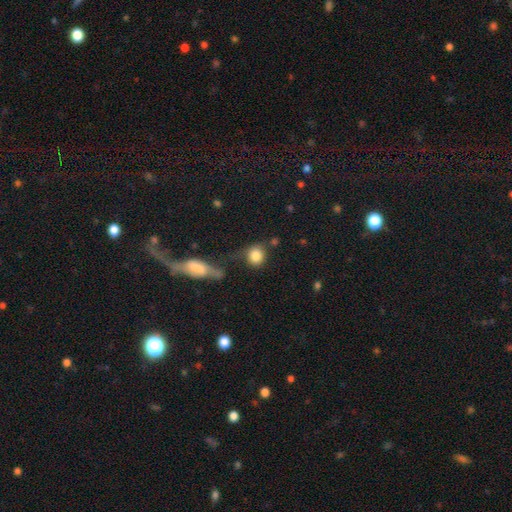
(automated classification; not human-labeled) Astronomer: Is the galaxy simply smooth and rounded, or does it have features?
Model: smooth — 83%.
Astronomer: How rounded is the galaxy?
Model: round — 75%.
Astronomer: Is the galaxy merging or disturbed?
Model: none — 58%.